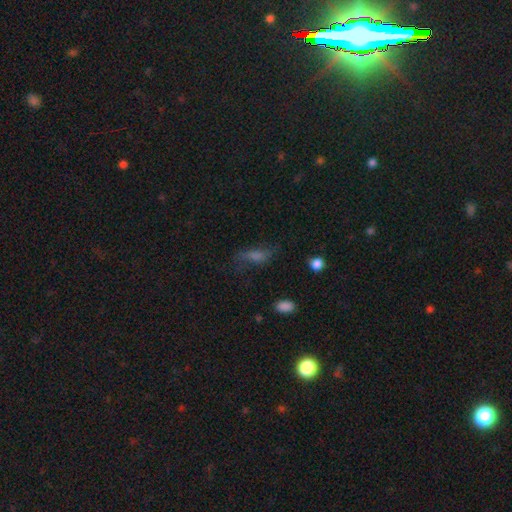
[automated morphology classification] This appears to be a smooth galaxy with no disk features (50%). Merging: none (61%).